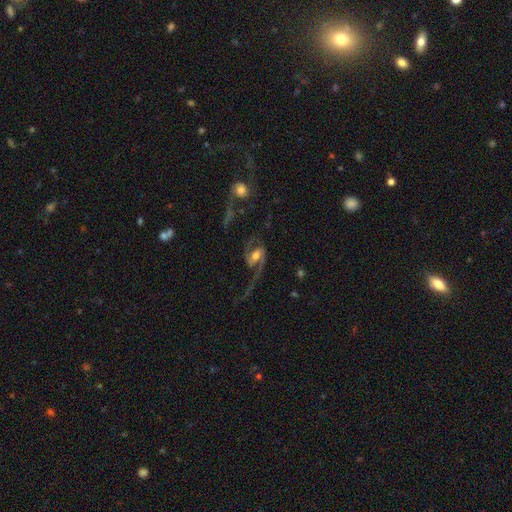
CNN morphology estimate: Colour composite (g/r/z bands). It shows a featured or disk galaxy (87%) with a weak bar (45%), 2 (88%) loose (64%) spiral arms (95%) and a moderate central bulge (63%). Merging: none (48%).